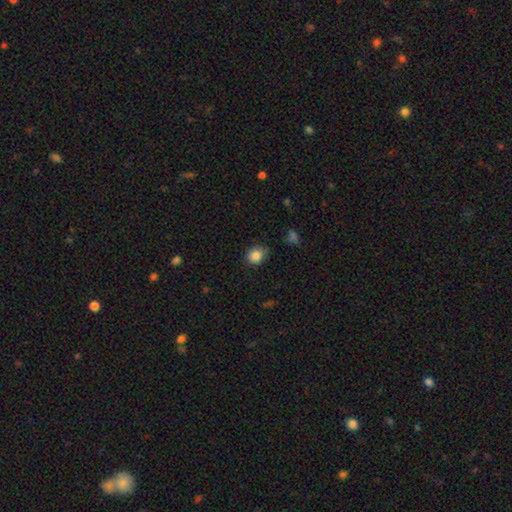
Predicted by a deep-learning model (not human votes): This is clearly a smooth galaxy (85%). How rounded: likely round (73%). Merging: likely none (76%).